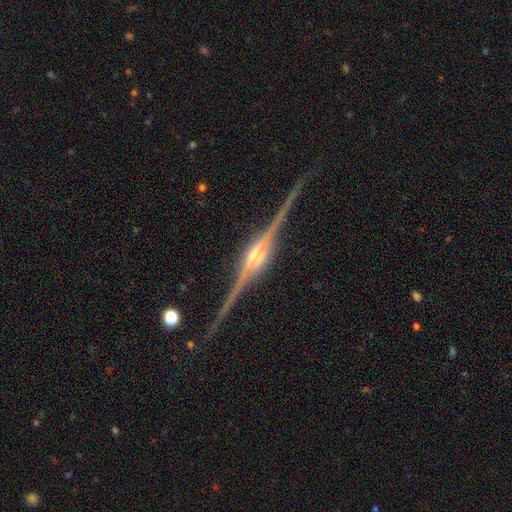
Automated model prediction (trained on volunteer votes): This is clearly a featured or disk galaxy (91%). It is clearly viewed edge-on (98%). Edge-on bulge: likely rounded (76%). Merging: clearly none (87%).